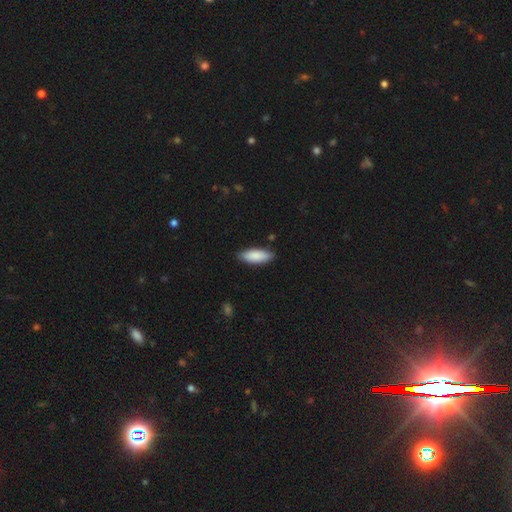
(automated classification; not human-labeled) Overall: smooth (87%). How rounded: in between (71%). Merging: none (85%).